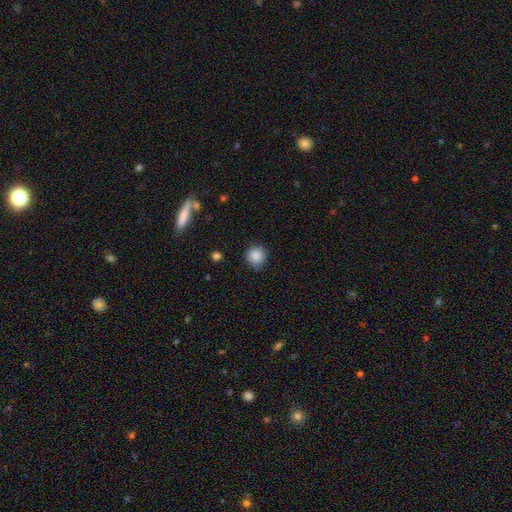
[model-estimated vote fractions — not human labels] Overall: smooth (87%). How rounded: round (92%). Merging: none (83%).